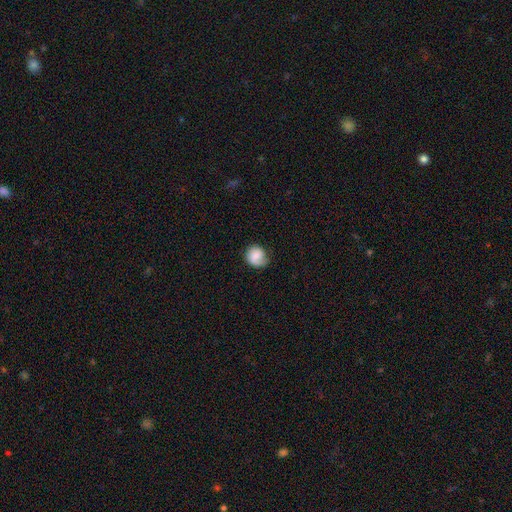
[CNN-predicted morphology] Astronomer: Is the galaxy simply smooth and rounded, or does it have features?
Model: smooth — 61%.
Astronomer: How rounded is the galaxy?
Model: round — 78%.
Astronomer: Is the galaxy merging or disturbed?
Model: none — 60%.